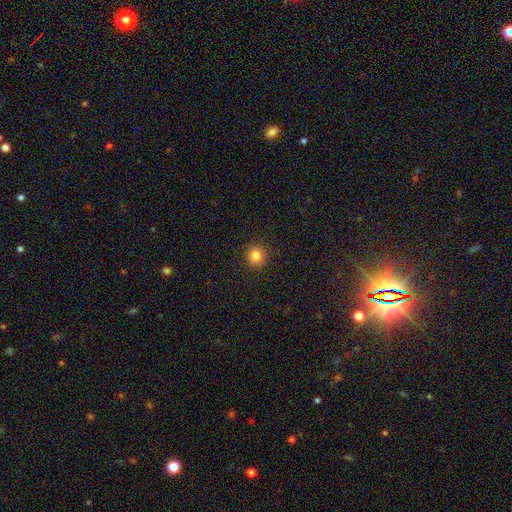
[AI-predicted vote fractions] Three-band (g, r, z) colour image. It shows a smooth galaxy with no disk features (83%) that is round (93%). Merging: none (90%).